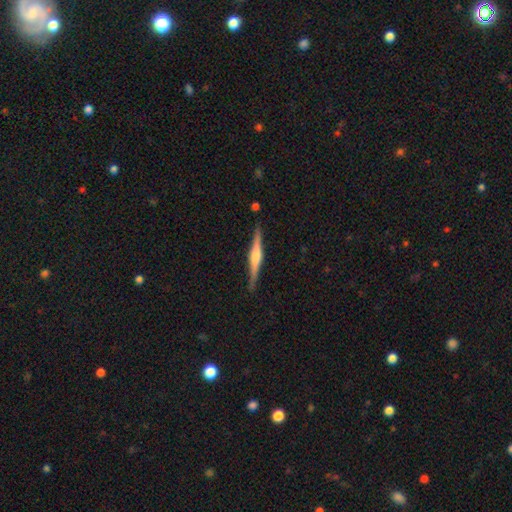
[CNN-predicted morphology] Overall: featured or disk (75%). Edge-on disk: yes (98%). Edge-on bulge: rounded (71%). Merging: none (90%).